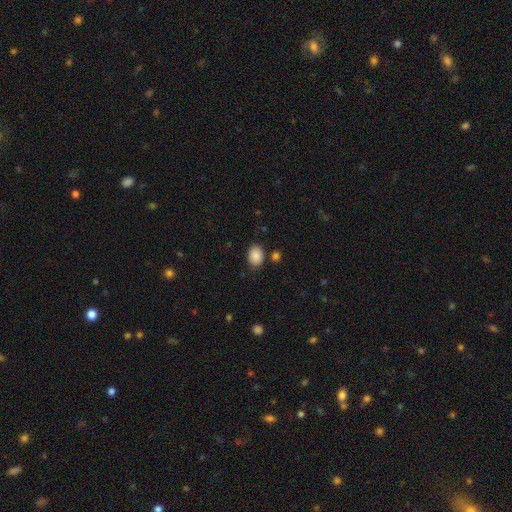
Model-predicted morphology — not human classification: This appears to be a smooth galaxy with no disk features (87%) that is in between round and cigar-shaped (73%). Merging: none (80%).